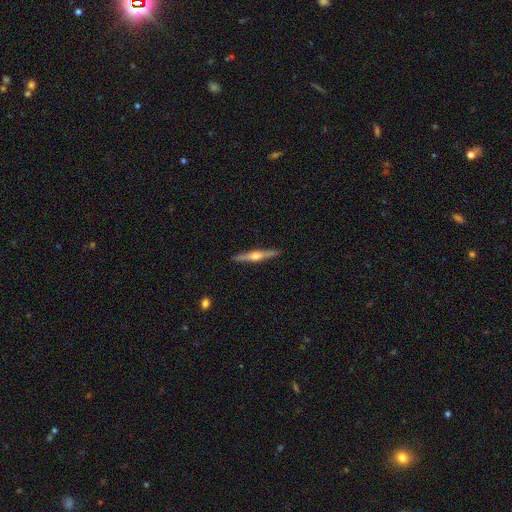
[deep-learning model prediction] Smooth or featured? featured or disk (72%)
Edge-on disk? yes (98%)
Edge-on bulge? rounded (93%)
Merging? none (92%)